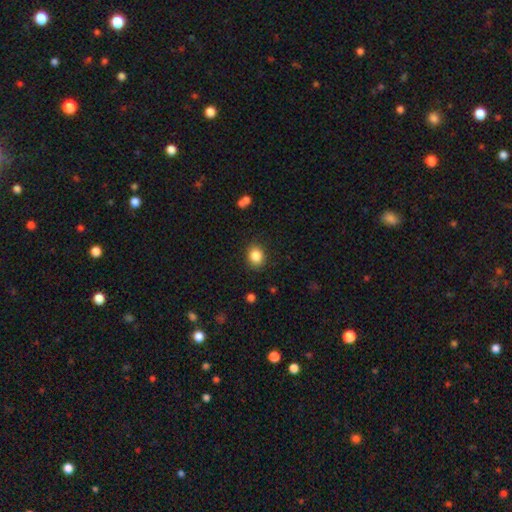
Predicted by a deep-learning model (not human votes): Morphology: type=smooth (86%); roundness=round (60%); merging=none (86%).